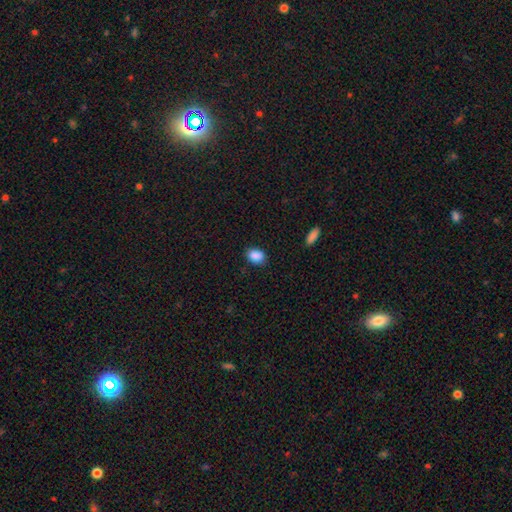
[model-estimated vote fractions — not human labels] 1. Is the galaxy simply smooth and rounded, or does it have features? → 89% smooth, 8% star or artifact, 3% featured or disk.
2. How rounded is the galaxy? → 73% in between, 26% round, 1% cigar-shaped.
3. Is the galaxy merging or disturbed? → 83% none, 13% minor disturbance, 3% major disturbance, 1% merger.